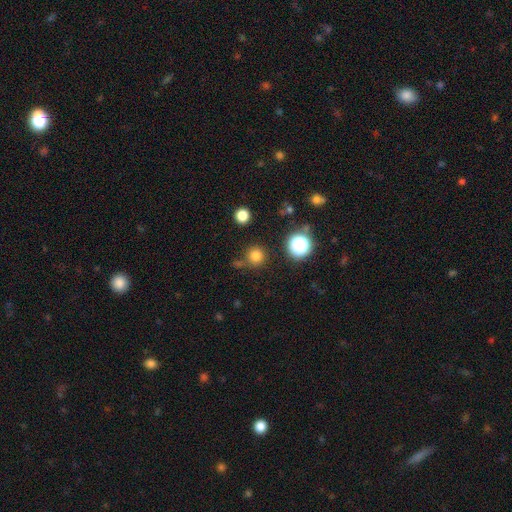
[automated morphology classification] Smooth or featured? smooth (76%)
How rounded? round (95%)
Merging? none (81%)